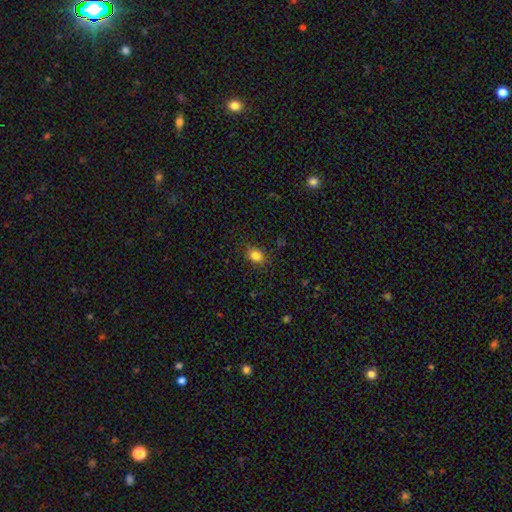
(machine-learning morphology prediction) Smooth or featured? smooth (82%)
How rounded? in between (51%)
Merging? none (82%)